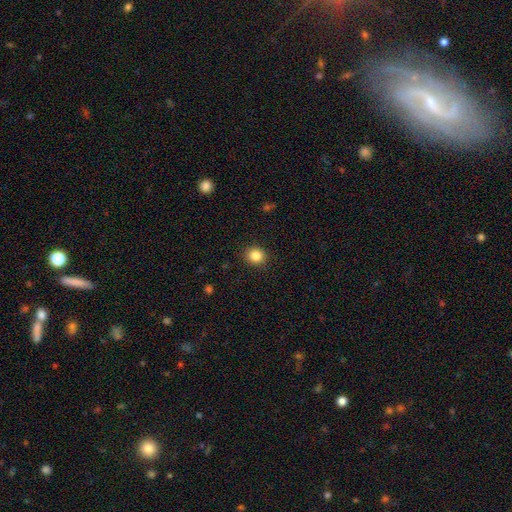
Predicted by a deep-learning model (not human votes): A smooth galaxy with no disk features (86%) that is round (81%).

Vote fractions:
- Smooth or featured? smooth: 86% / star or artifact: 10% / featured or disk: 4%
- How rounded? round: 81% / in between: 18% / cigar-shaped: 1%
- Merging? none: 90% / minor disturbance: 7% / major disturbance: 2% / merger: 1%